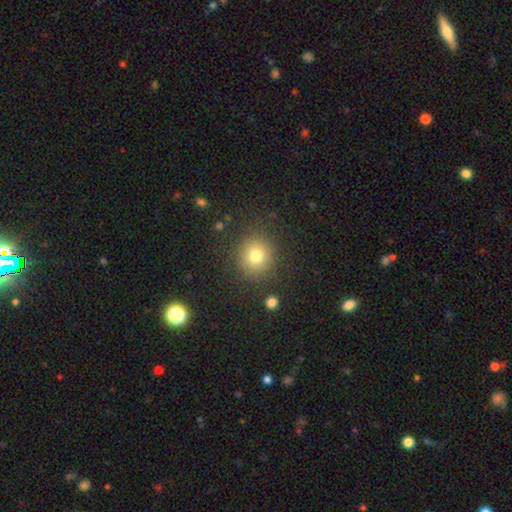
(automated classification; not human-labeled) Smooth or featured? smooth (77%)
How rounded? round (89%)
Merging? none (86%)